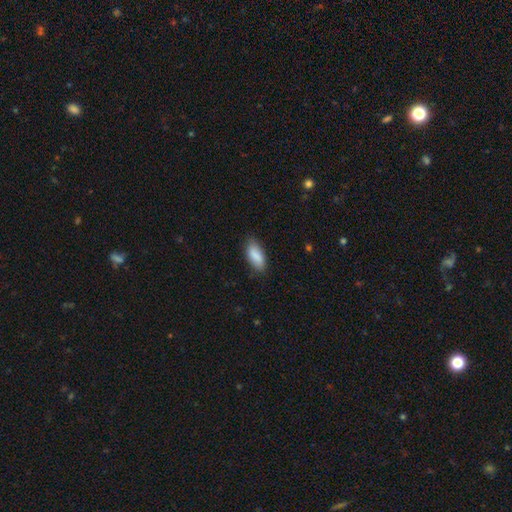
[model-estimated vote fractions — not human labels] Overall: smooth (87%). How rounded: in between (86%). Merging: none (78%).